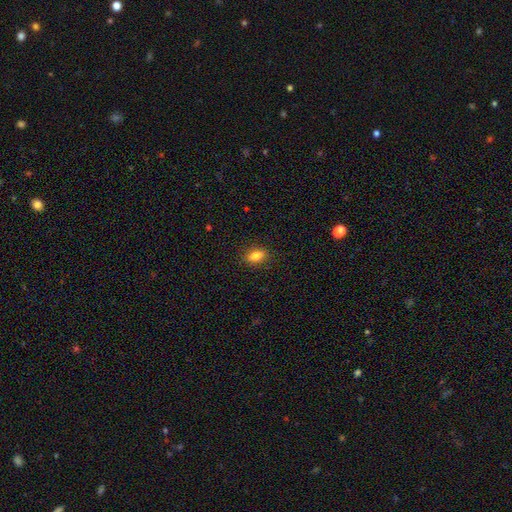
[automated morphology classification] The model was most divided on "smooth or featured": smooth: 81%, featured or disk: 9%, star or artifact: 9%. More confident: merging — none (87%); how rounded — in between (83%).